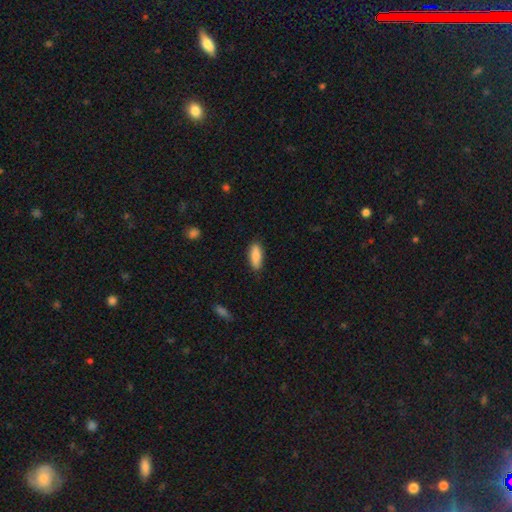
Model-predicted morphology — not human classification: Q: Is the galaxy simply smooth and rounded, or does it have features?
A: smooth — 86%.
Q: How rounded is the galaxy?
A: in between — 69%.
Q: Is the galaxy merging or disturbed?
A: none — 86%.